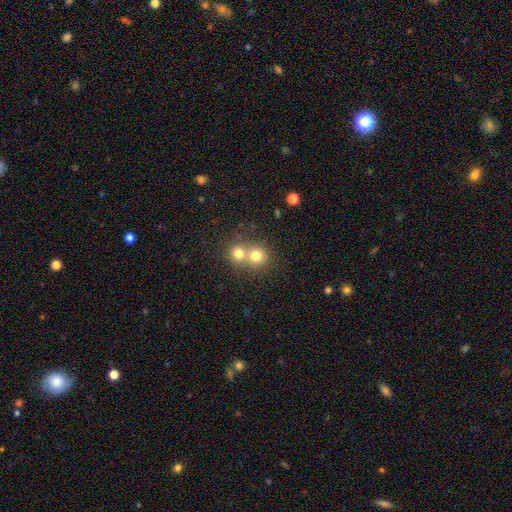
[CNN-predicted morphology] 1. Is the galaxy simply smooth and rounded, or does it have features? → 75% smooth, 13% star or artifact, 13% featured or disk.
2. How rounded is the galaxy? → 85% round, 14% in between, 1% cigar-shaped.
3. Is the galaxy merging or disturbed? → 54% merger, 39% none, 5% minor disturbance, 2% major disturbance.